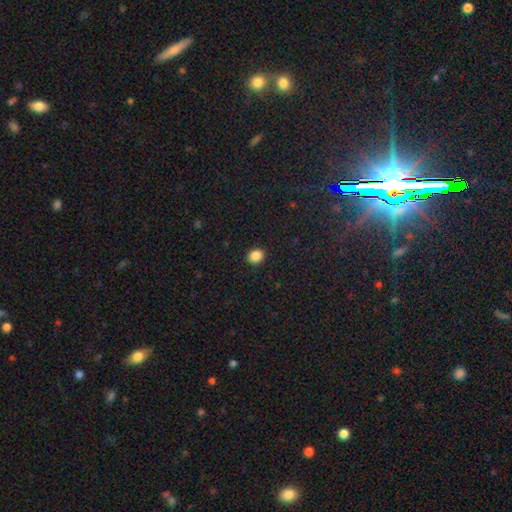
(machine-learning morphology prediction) smooth_or_featured: smooth (p=0.86) [alt: star or artifact p=0.10]
how_rounded: round (p=0.68) [alt: in between p=0.31]
merging: none (p=0.91) [alt: minor disturbance p=0.06]